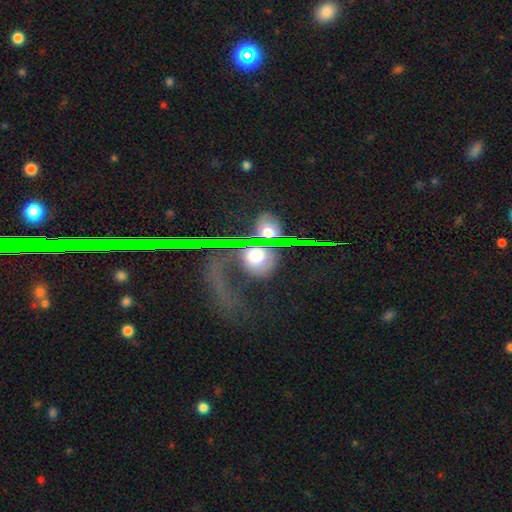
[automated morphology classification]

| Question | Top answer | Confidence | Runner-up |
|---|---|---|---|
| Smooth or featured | smooth | 45% | featured or disk (29%) |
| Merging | none | 49% | major disturbance (23%) |